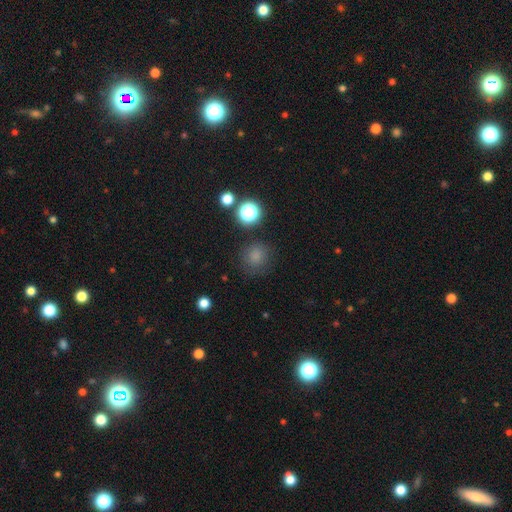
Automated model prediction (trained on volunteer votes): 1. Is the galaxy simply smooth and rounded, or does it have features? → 77% smooth, 17% star or artifact, 6% featured or disk.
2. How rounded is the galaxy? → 89% round, 10% in between, 1% cigar-shaped.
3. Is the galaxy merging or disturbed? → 81% none, 12% minor disturbance, 5% major disturbance, 2% merger.